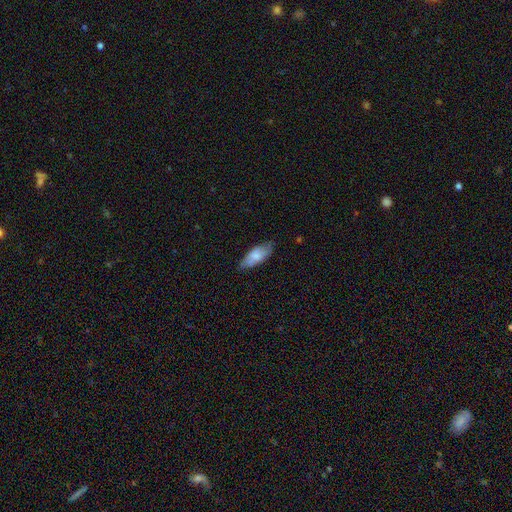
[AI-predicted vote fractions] Smooth or featured?
  - smooth: 71% *
  - featured or disk: 23%
  - star or artifact: 6%
How rounded?
  - in between: 78% *
  - cigar-shaped: 20%
  - round: 2%
Merging?
  - none: 73% *
  - minor disturbance: 22%
  - major disturbance: 4%
  - merger: 1%